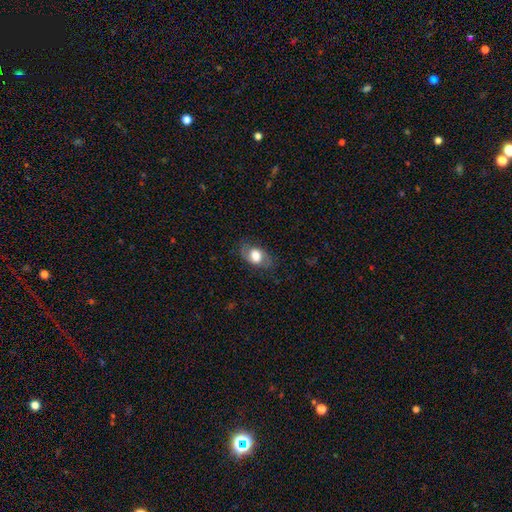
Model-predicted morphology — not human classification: Smooth or featured: smooth — 57% (featured or disk — 36%)
How rounded: in between — 84% (round — 14%)
Merging: none — 73% (minor disturbance — 18%)